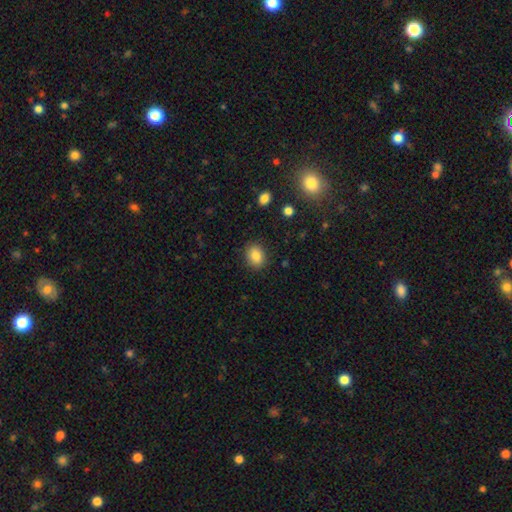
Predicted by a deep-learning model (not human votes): A smooth galaxy with no disk features (84%) that is in between round and cigar-shaped (60%).

Vote fractions:
- Smooth or featured? smooth: 84% / star or artifact: 9% / featured or disk: 7%
- How rounded? in between: 60% / round: 39% / cigar-shaped: 1%
- Merging? none: 87% / minor disturbance: 9% / major disturbance: 2% / merger: 1%